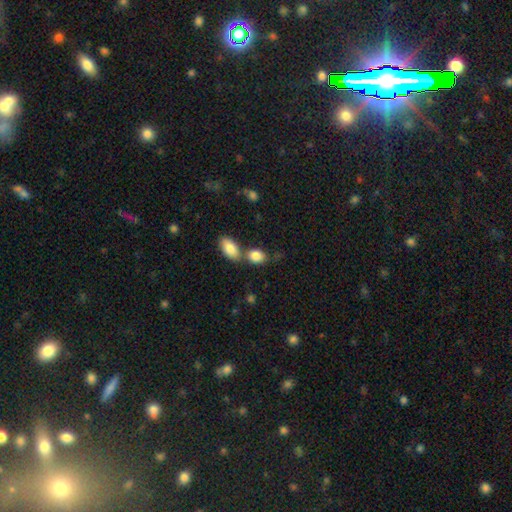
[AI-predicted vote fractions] Morphology: type=smooth (86%); roundness=in between (79%); merging=none (44%).